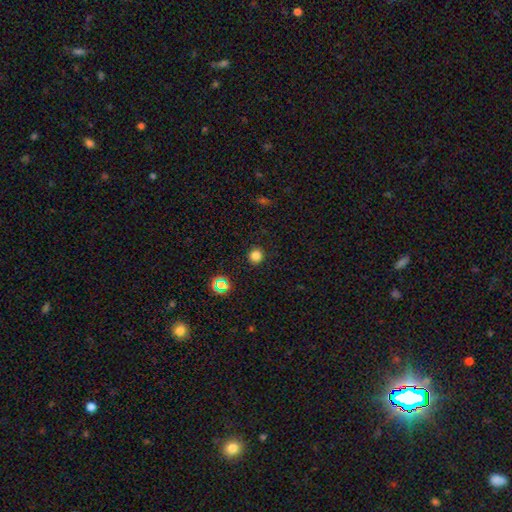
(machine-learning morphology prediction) smooth-or-featured: smooth: 79% | star or artifact: 17% | featured or disk: 4%
  how-rounded: round: 91% | in between: 8% | cigar-shaped: 1%
  merging: none: 91% | minor disturbance: 6% | major disturbance: 2% | merger: 1%